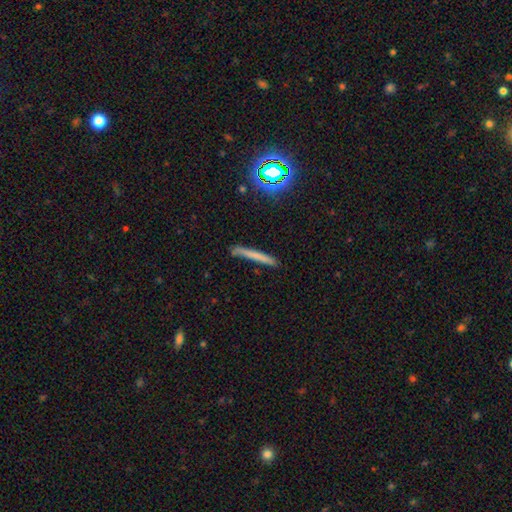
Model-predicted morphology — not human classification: Overall: smooth (64%; featured or disk 25%). How rounded: cigar-shaped (96%). Merging: none (83%).